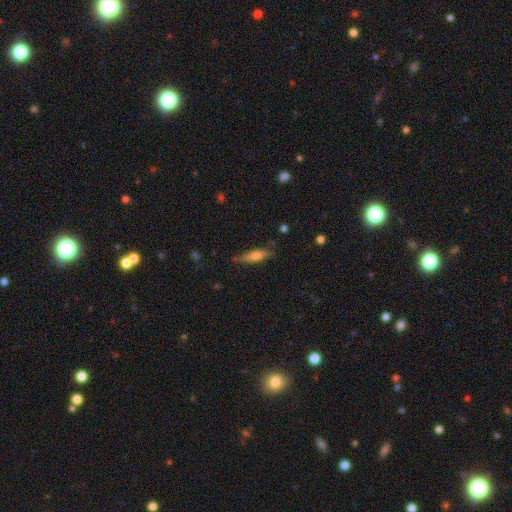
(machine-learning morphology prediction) This appears to be a smooth galaxy with no disk features (63%) that is cigar-shaped (61%). Merging: none (79%).